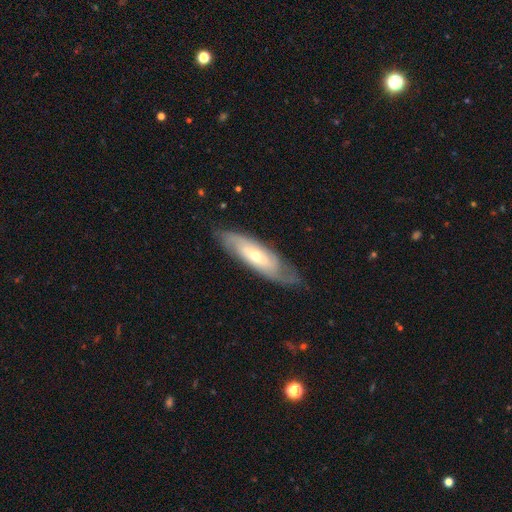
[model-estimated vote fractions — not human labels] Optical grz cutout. It shows a featured or disk galaxy (66%). Merging: none (72%).